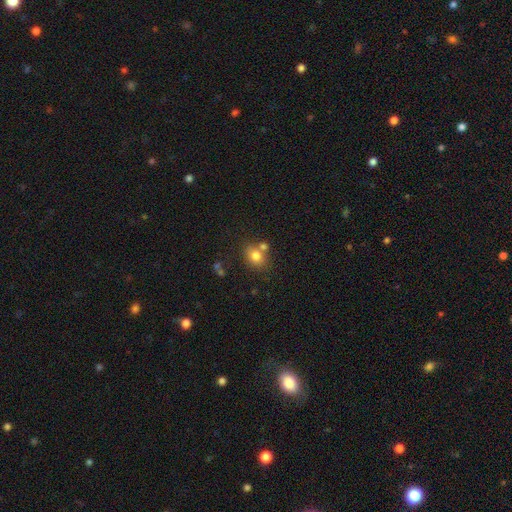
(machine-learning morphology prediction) Smooth or featured?
  - smooth: 79% *
  - star or artifact: 11%
  - featured or disk: 10%
How rounded?
  - in between: 50% *
  - round: 49%
  - cigar-shaped: 1%
Merging?
  - none: 60% *
  - merger: 23%
  - minor disturbance: 12%
  - major disturbance: 4%